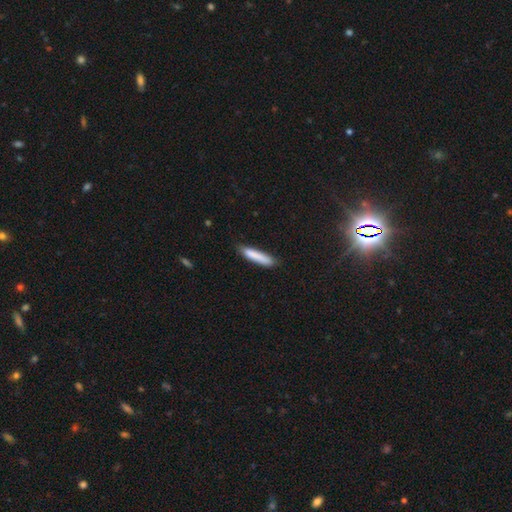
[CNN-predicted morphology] A smooth galaxy with no disk features (84%) that is cigar-shaped (86%). Merging: none (79%).